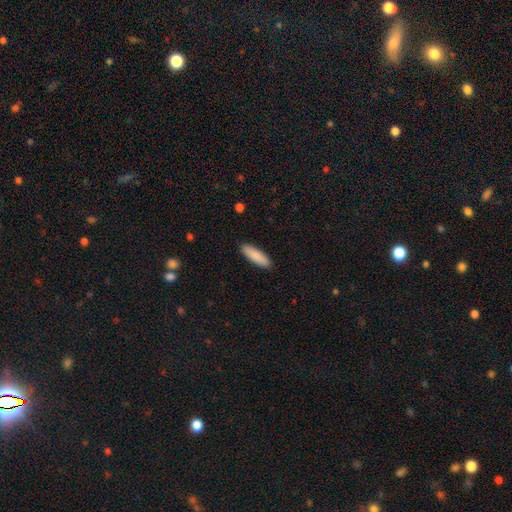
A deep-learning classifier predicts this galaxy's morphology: type=smooth (88%); roundness=cigar-shaped (59%); merging=none (90%).